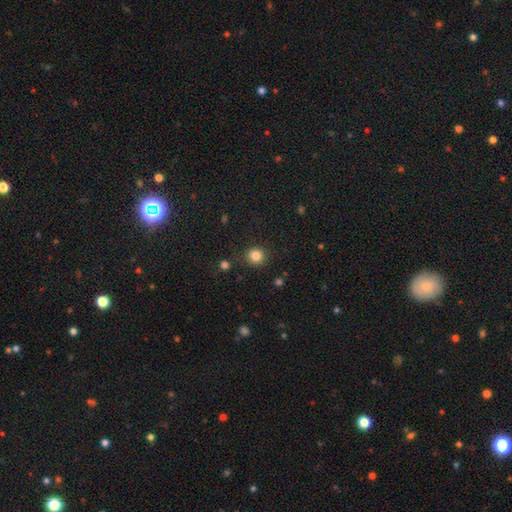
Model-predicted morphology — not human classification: smooth_or_featured: smooth (p=0.84) [alt: star or artifact p=0.12]
how_rounded: round (p=0.91) [alt: in between p=0.08]
merging: none (p=0.87) [alt: minor disturbance p=0.08]